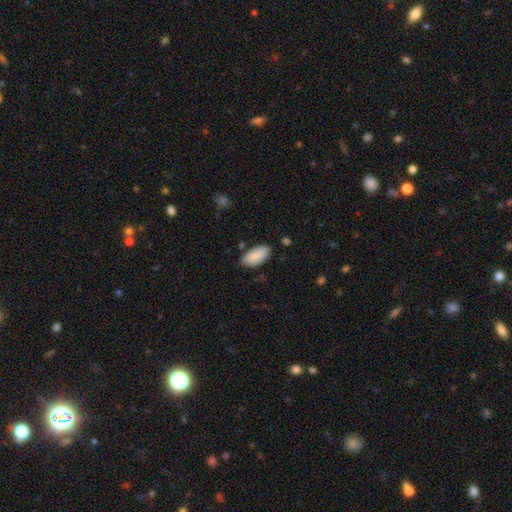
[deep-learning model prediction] This appears to be a smooth galaxy with no disk features (87%) that is in between round and cigar-shaped (94%). Merging: none (79%).